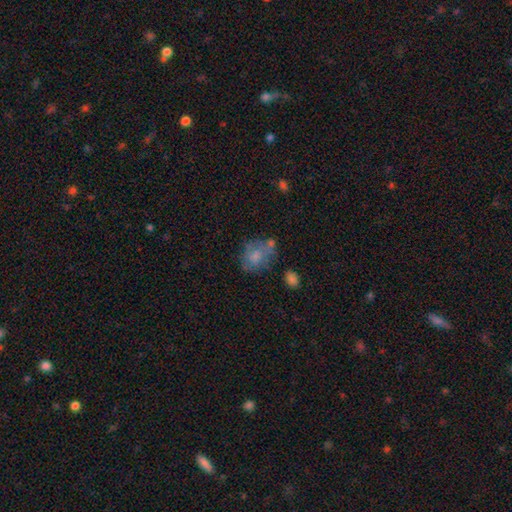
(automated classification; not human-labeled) smooth-or-featured: smooth: 60% | featured or disk: 31% | star or artifact: 10%
  how-rounded: in between: 60% | round: 39% | cigar-shaped: 1%
  merging: none: 44% | minor disturbance: 25% | major disturbance: 18% | merger: 12%